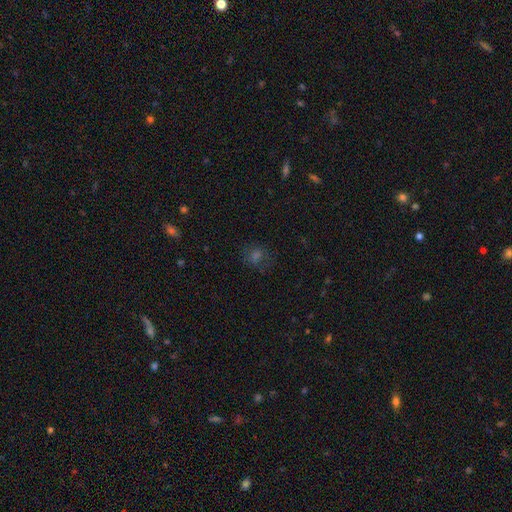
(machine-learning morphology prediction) Overall: smooth (51%; star or artifact 34%). How rounded: round (71%). Merging: none (76%).